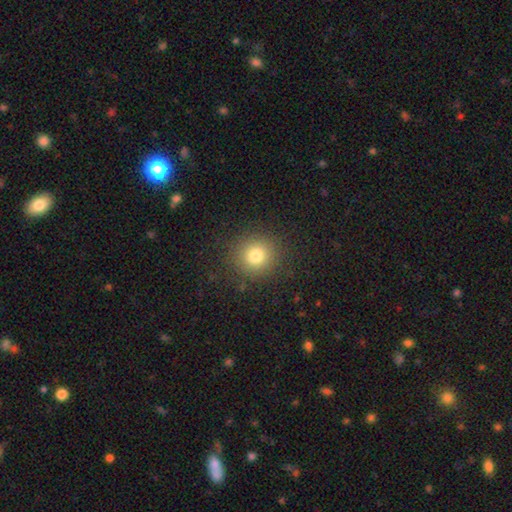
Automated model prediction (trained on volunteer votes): This appears to be a smooth galaxy with no disk features (78%) that is round (92%). Merging: none (89%).